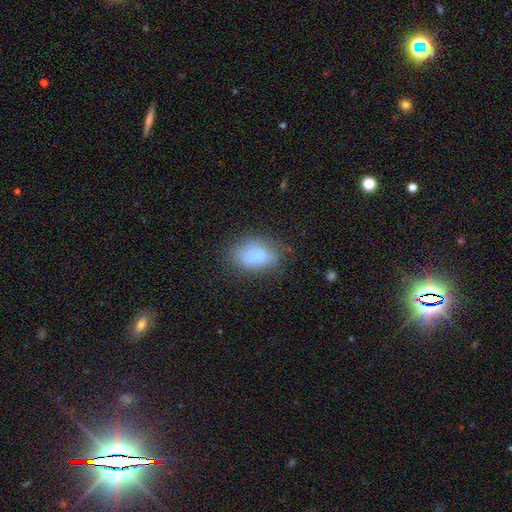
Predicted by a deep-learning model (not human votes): Overall: smooth (75%). How rounded: in between (84%). Merging: none (60%; minor disturbance 26%).